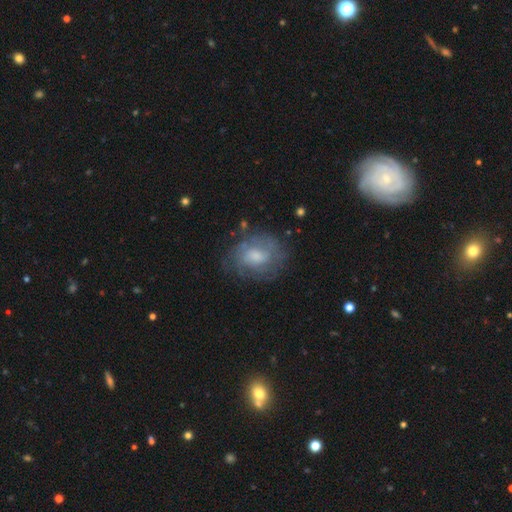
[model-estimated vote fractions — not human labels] Overall: featured or disk (55%; smooth 36%). Edge-on disk: no (97%). Bar: no (60%; weak 35%). Spiral arms: yes (69%; no 31%). Bulge size: moderate (45%; small 33%). Merging: none (68%).